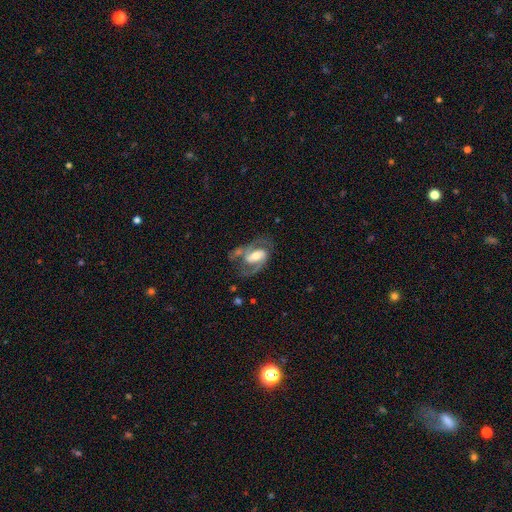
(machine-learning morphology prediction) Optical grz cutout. It shows a featured or disk galaxy (83%) with a weak bar (41%), 2 (87%) medium (57%) spiral arms (93%) and a moderate central bulge (57%). Merging: none (58%).